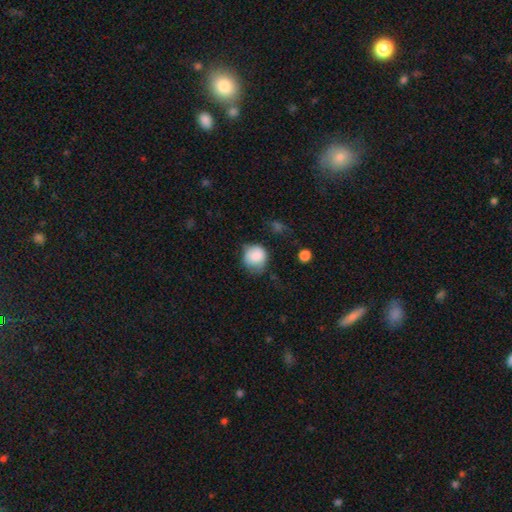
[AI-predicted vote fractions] Smooth or featured?
  - smooth: 84% *
  - star or artifact: 8%
  - featured or disk: 8%
How rounded?
  - round: 82% *
  - in between: 18%
  - cigar-shaped: 1%
Merging?
  - none: 52% *
  - minor disturbance: 35%
  - major disturbance: 11%
  - merger: 3%